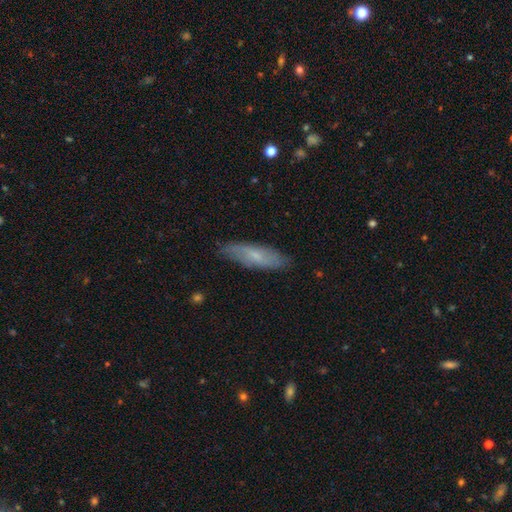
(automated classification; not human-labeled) smooth_or_featured: smooth (p=0.56) [alt: featured or disk p=0.37]
how_rounded: cigar-shaped (p=0.57) [alt: in between p=0.41]
merging: none (p=0.82) [alt: minor disturbance p=0.14]